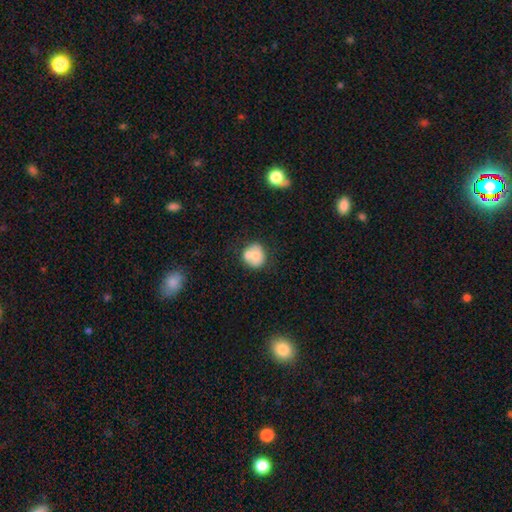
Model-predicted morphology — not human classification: Smooth or featured: smooth — 64% (featured or disk — 28%)
How rounded: round — 76% (in between — 23%)
Merging: none — 42% (merger — 39%)